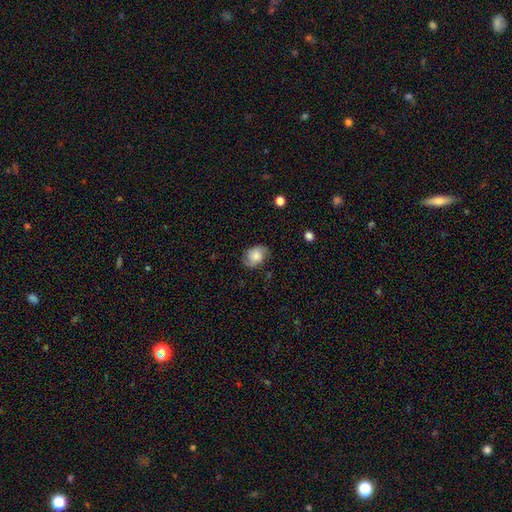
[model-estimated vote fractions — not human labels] Smooth or featured?
  - smooth: 61% *
  - featured or disk: 30%
  - star or artifact: 9%
How rounded?
  - in between: 64% *
  - round: 35%
  - cigar-shaped: 1%
Merging?
  - none: 72% *
  - minor disturbance: 20%
  - major disturbance: 6%
  - merger: 1%